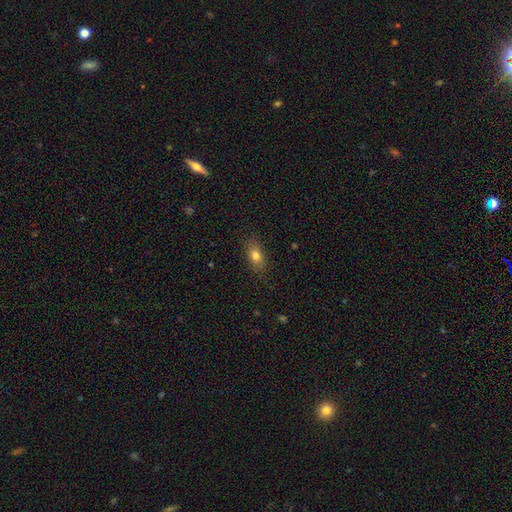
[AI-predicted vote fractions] Q: Smooth or featured?
A: smooth (79%); runner-up: featured or disk (11%)
Q: How rounded?
A: in between (81%); runner-up: round (13%)
Q: Merging?
A: none (84%); runner-up: minor disturbance (12%)